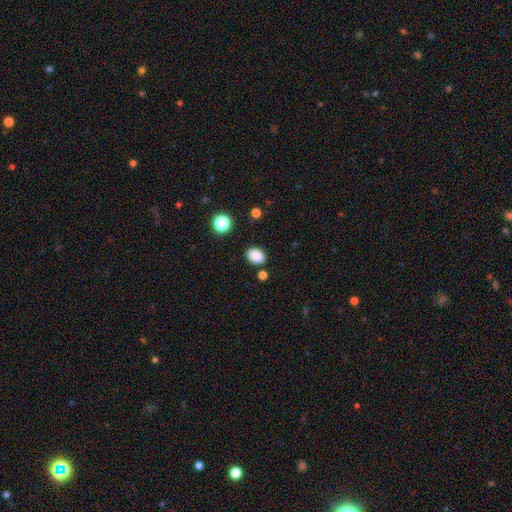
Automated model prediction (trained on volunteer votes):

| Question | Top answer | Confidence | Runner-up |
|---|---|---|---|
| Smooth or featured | smooth | 86% | star or artifact (10%) |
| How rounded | in between | 73% | round (26%) |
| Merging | none | 84% | minor disturbance (10%) |